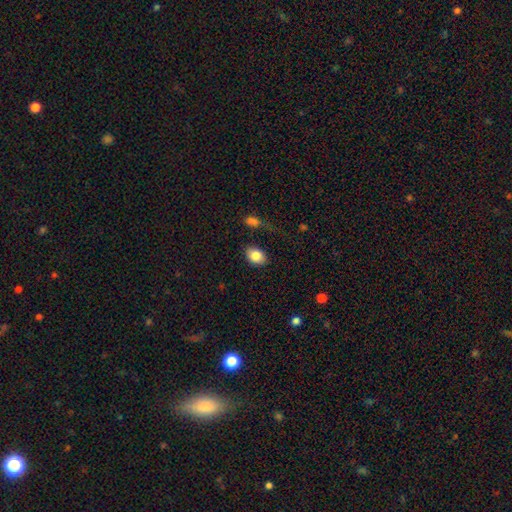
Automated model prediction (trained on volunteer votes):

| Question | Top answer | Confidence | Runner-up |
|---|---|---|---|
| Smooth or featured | smooth | 84% | star or artifact (8%) |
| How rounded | in between | 72% | round (26%) |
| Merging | none | 78% | minor disturbance (14%) |